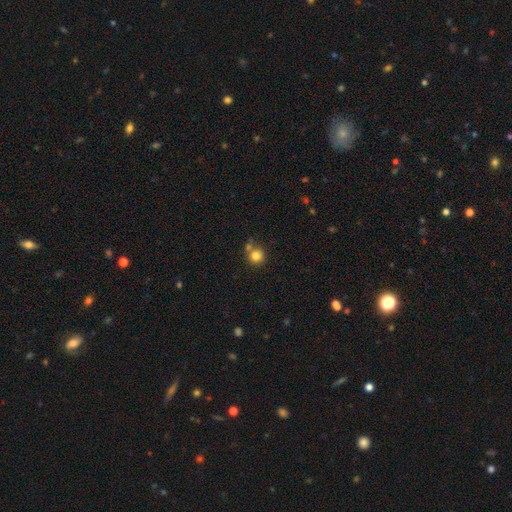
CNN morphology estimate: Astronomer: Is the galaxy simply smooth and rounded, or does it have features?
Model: smooth — 81%.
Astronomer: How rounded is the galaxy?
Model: round — 91%.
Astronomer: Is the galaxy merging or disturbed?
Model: none — 61%.